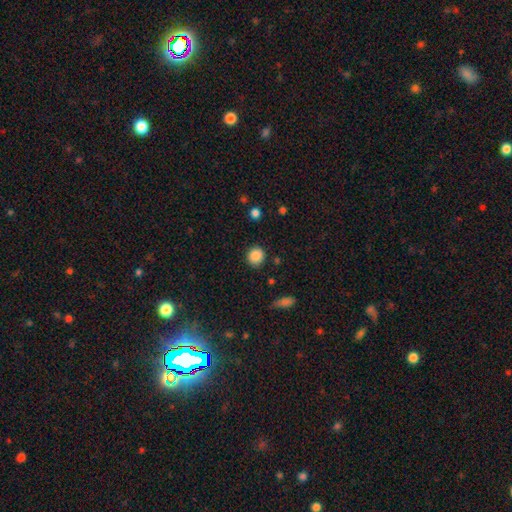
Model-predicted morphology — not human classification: Smooth or featured? Predicted: smooth (p=0.87). How rounded? Predicted: round (p=0.89). Merging? Predicted: none (p=0.87).